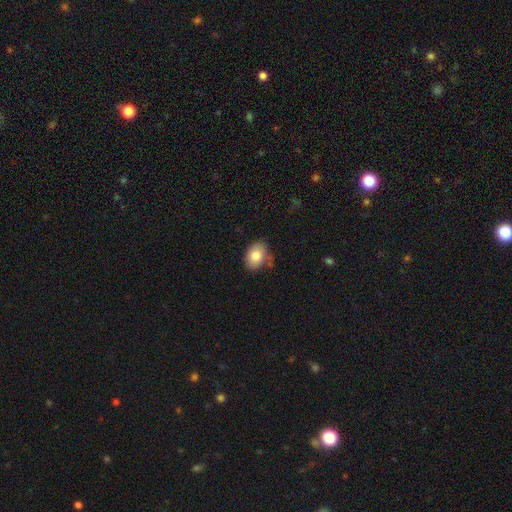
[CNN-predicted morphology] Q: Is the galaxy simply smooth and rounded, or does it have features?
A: smooth — 81%.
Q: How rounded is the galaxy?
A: in between — 74%.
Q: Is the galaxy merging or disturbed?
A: none — 70%.